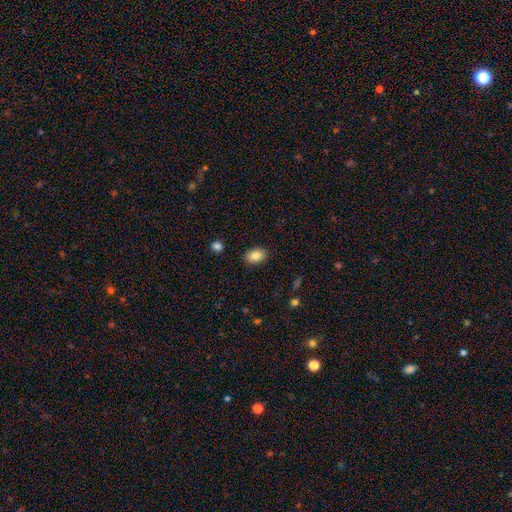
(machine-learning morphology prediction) Smooth or featured? Predicted: smooth (p=0.85). How rounded? Predicted: in between (p=0.87). Merging? Predicted: none (p=0.88).